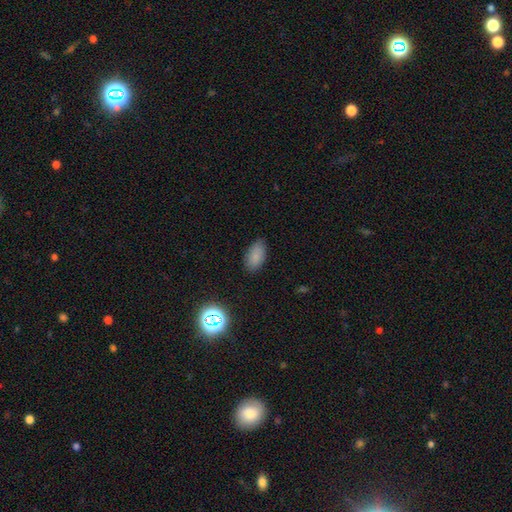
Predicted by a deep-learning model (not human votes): The model was most divided on "merging": none: 82%, minor disturbance: 14%, major disturbance: 3%, merger: 1%. More confident: how rounded — in between (92%); smooth or featured — smooth (84%).